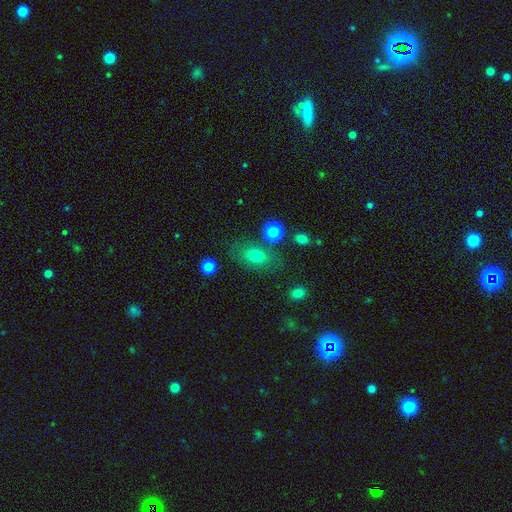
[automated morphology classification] The model was most divided on "how rounded": in between: 75%, round: 22%, cigar-shaped: 2%. More confident: smooth or featured — smooth (76%); merging — none (70%).